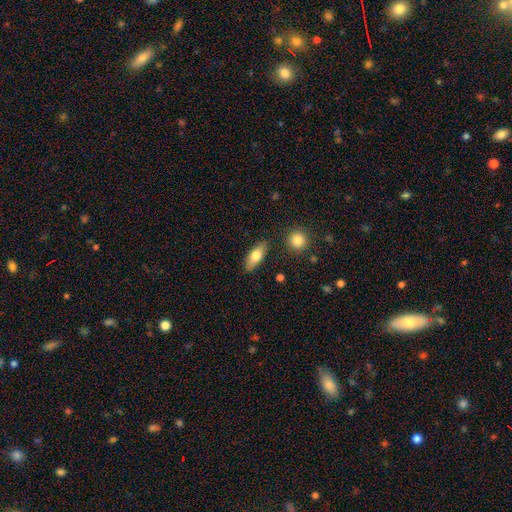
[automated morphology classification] Smooth or featured?
  - smooth: 70% *
  - featured or disk: 24%
  - star or artifact: 6%
How rounded?
  - in between: 75% *
  - cigar-shaped: 21%
  - round: 4%
Merging?
  - none: 84% *
  - minor disturbance: 11%
  - merger: 3%
  - major disturbance: 2%